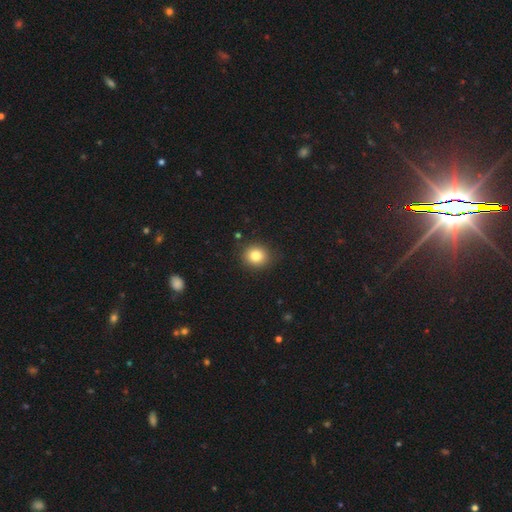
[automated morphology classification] type=smooth (83%); roundness=round (81%); merging=none (89%).